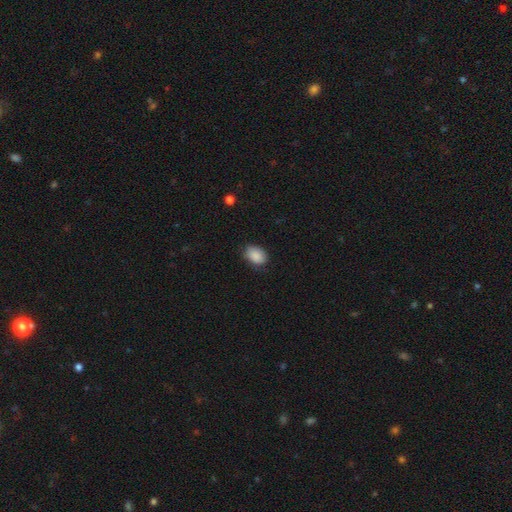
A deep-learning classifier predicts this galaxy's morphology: smooth_or_featured: smooth (p=0.88) [alt: star or artifact p=0.07]
how_rounded: in between (p=0.81) [alt: round p=0.18]
merging: none (p=0.76) [alt: minor disturbance p=0.19]